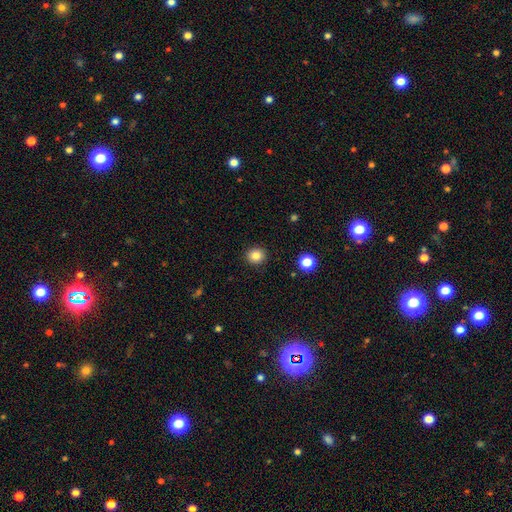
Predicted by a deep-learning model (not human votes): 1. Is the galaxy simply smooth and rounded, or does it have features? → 83% smooth, 11% star or artifact, 6% featured or disk.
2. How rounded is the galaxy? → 88% round, 11% in between, 1% cigar-shaped.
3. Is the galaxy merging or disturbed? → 91% none, 6% minor disturbance, 2% major disturbance, 1% merger.